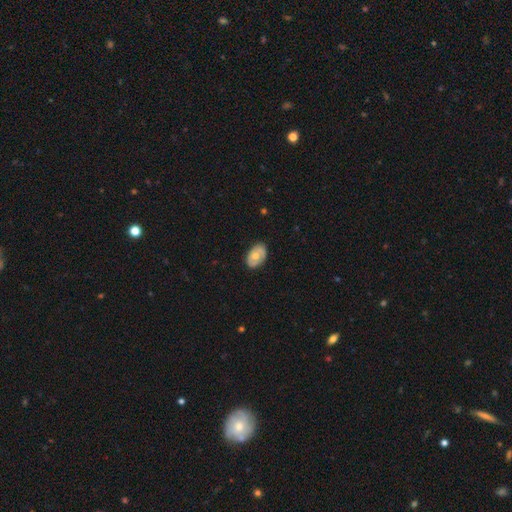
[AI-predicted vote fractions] Smooth or featured? Predicted: smooth (p=0.55). How rounded? Predicted: in between (p=0.86). Merging? Predicted: none (p=0.80).